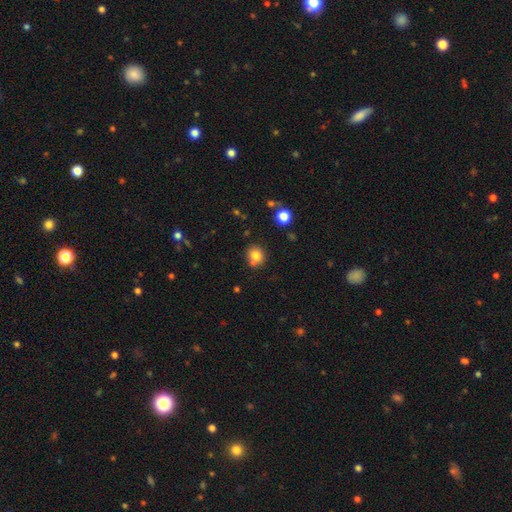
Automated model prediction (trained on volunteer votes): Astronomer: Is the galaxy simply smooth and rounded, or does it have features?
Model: smooth — 80%.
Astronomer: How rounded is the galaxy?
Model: round — 83%.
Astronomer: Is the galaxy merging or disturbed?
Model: none — 72%.